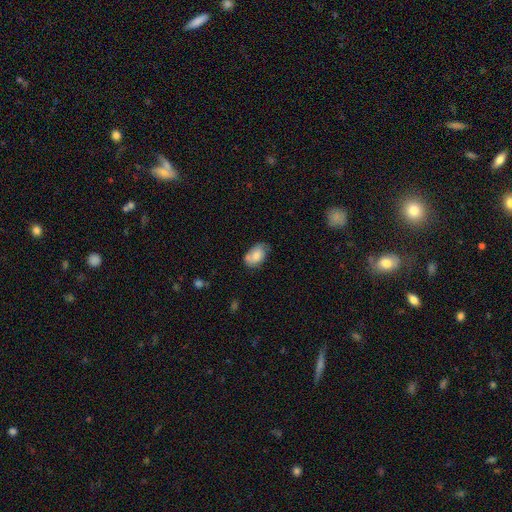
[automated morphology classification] Smooth or featured: smooth — 75% (featured or disk — 18%)
How rounded: in between — 90% (round — 9%)
Merging: none — 57% (minor disturbance — 28%)